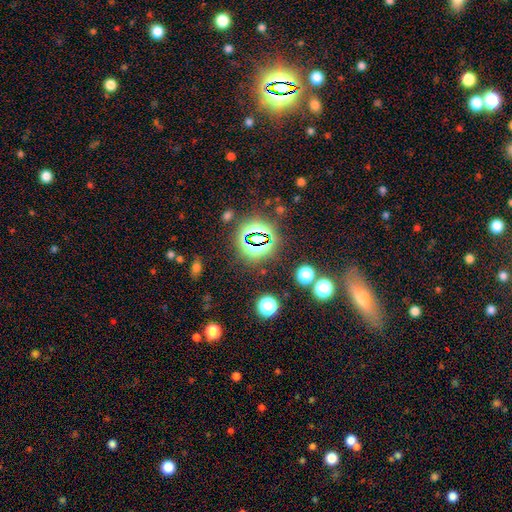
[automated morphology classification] Smooth or featured? star or artifact (71%)